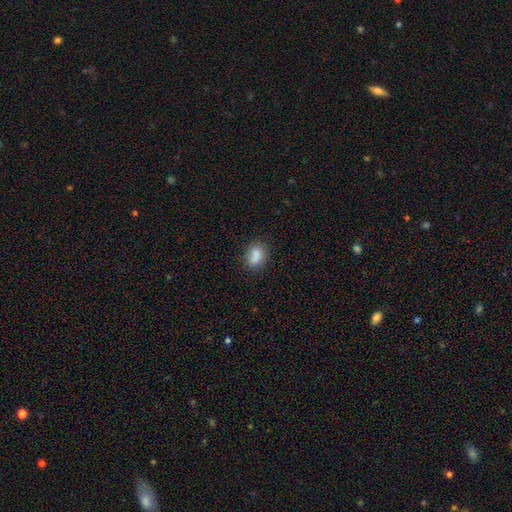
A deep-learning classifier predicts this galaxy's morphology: Overall: smooth (84%). How rounded: in between (71%). Merging: none (73%).